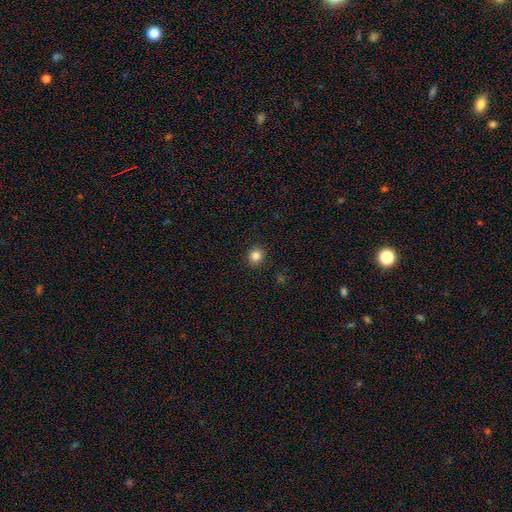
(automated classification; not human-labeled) Smooth or featured?
  - smooth: 84% *
  - star or artifact: 12%
  - featured or disk: 4%
How rounded?
  - round: 90% *
  - in between: 9%
  - cigar-shaped: 1%
Merging?
  - none: 92% *
  - minor disturbance: 5%
  - major disturbance: 2%
  - merger: 1%